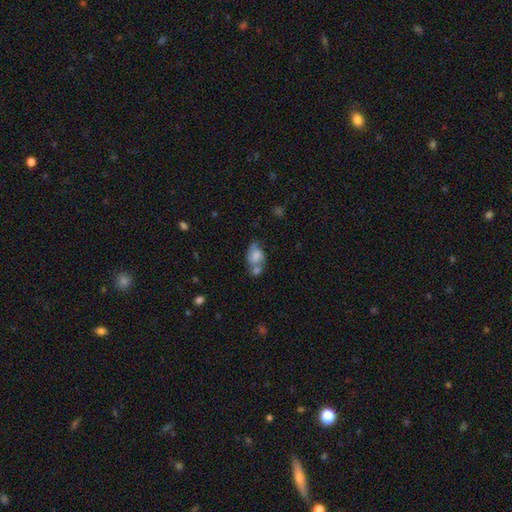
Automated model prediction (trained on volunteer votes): Smooth or featured? smooth (66%)
How rounded? in between (74%)
Merging? merger (46%)